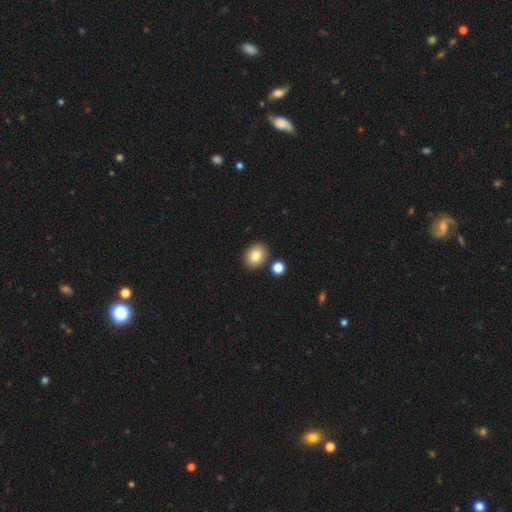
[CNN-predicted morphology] smooth 82%, star or artifact 9%, featured or disk 9%. Down the decision tree: how rounded — in between (57%); merging — none (85%).